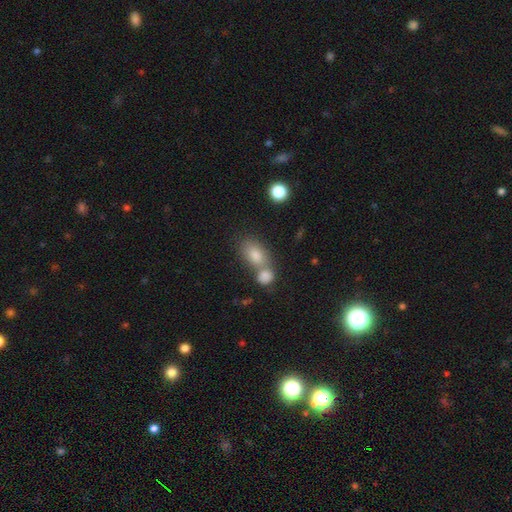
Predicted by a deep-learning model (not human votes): Morphology: type=smooth (77%); roundness=in between (75%); merging=merger (49%).